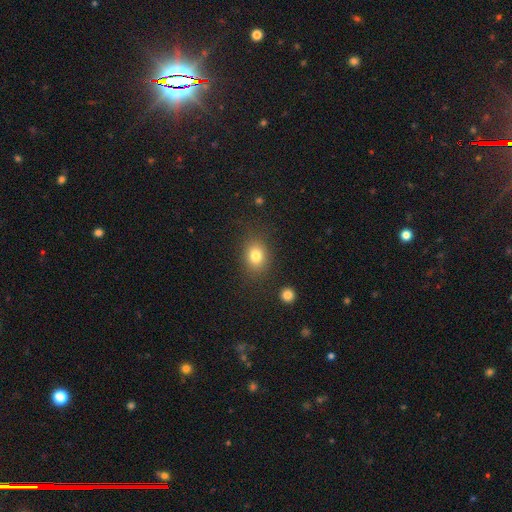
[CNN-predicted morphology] Overall: smooth (80%). How rounded: round (51%; in between 48%). Merging: none (81%).